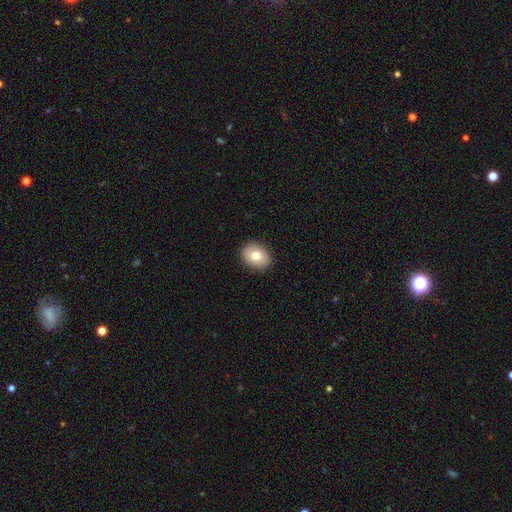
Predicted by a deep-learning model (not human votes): Smooth or featured: smooth — 76% (featured or disk — 15%)
How rounded: in between — 51% (round — 48%)
Merging: none — 89% (minor disturbance — 8%)